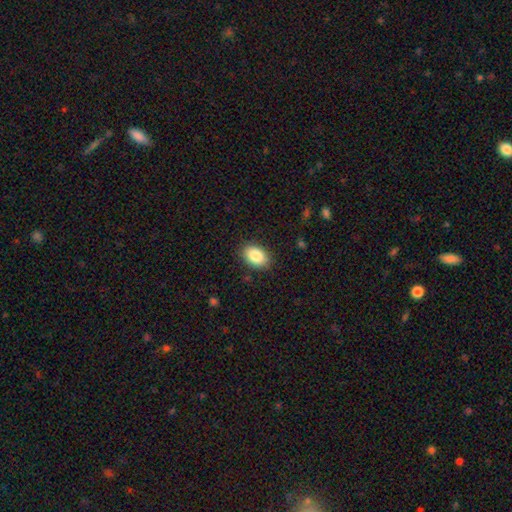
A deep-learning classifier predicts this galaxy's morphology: Q: Smooth or featured?
A: smooth (87%); runner-up: star or artifact (7%)
Q: How rounded?
A: in between (85%); runner-up: round (14%)
Q: Merging?
A: none (87%); runner-up: minor disturbance (10%)